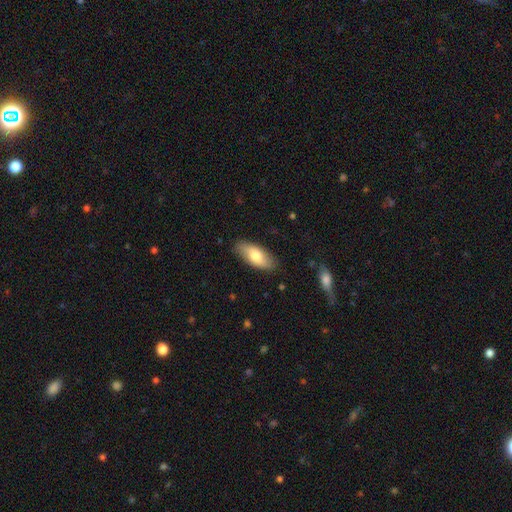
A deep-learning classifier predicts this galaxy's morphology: smooth_or_featured: smooth (p=0.73) [alt: featured or disk p=0.21]
how_rounded: in between (p=0.85) [alt: cigar-shaped p=0.13]
merging: none (p=0.86) [alt: minor disturbance p=0.11]